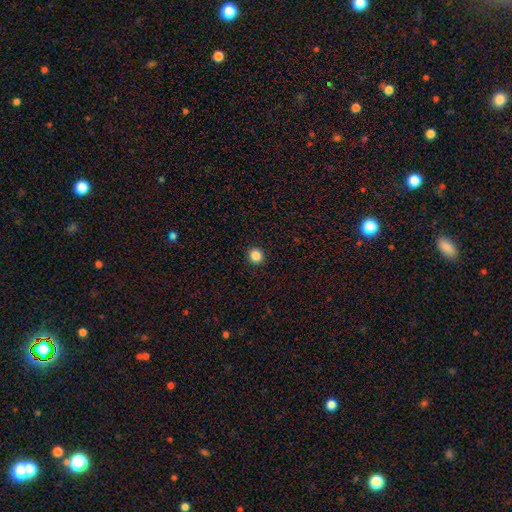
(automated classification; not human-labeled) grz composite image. It shows a smooth galaxy with no disk features (86%) that is round (91%). Merging: none (93%).